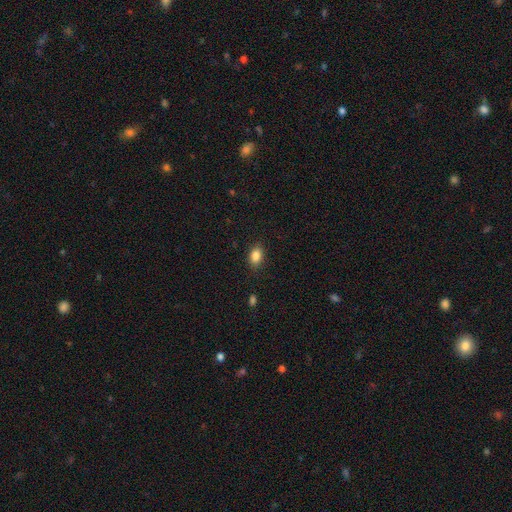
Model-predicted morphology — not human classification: This is clearly a smooth galaxy (86%). How rounded: clearly in between (81%). Merging: clearly none (85%).